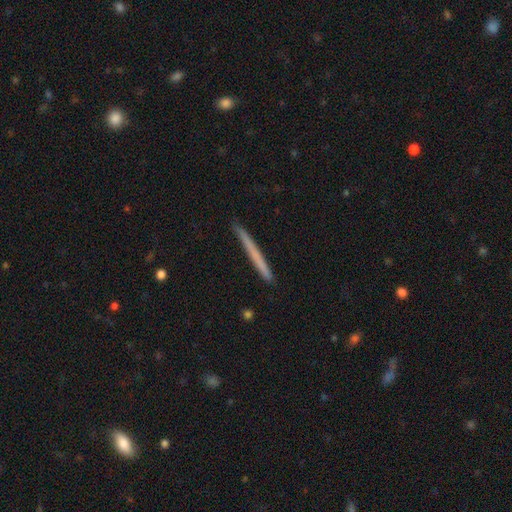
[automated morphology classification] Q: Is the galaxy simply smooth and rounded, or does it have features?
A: smooth — 57%.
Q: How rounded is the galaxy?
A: cigar-shaped — 97%.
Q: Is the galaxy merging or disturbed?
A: none — 91%.